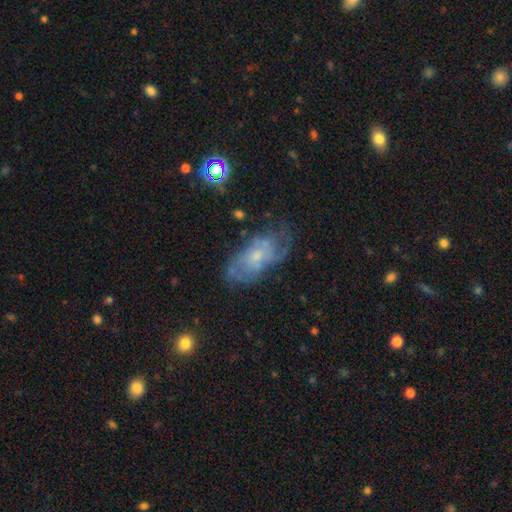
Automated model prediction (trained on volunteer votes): A featured or disk galaxy (69%) with no bar (74%), tight (45%) spiral arms (82%) and a small central bulge (64%).

Vote fractions:
- Smooth or featured? featured or disk: 69% / smooth: 22% / star or artifact: 9%
- Edge-on disk? no: 94% / yes: 6%
- Bar? no: 74% / weak: 23% / strong: 3%
- Spiral arms? yes: 82% / no: 18%
- Spiral winding? tight: 45% / medium: 39% / loose: 16%
- Spiral arm count? can't tell: 49% / 2: 26% / 3: 11% / 4: 5% / 1: 5% / more than 4: 4%
- Bulge size? small: 64% / moderate: 26% / none: 7% / large: 2% / dominant: 1%
- Merging? none: 60% / minor disturbance: 24% / major disturbance: 14% / merger: 2%